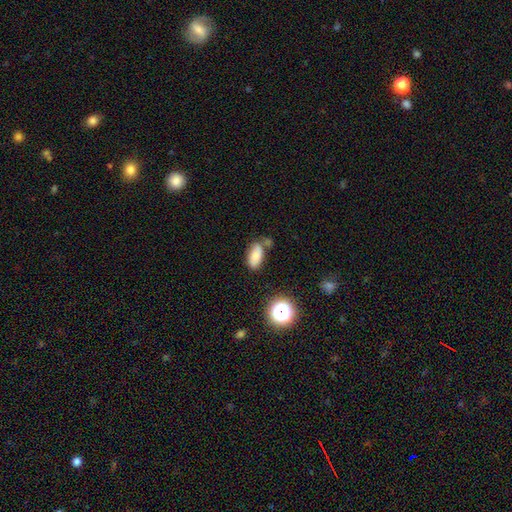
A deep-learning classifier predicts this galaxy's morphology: smooth 78%, star or artifact 11%, featured or disk 11%. Down the decision tree: how rounded — in between (88%); merging — none (62%).